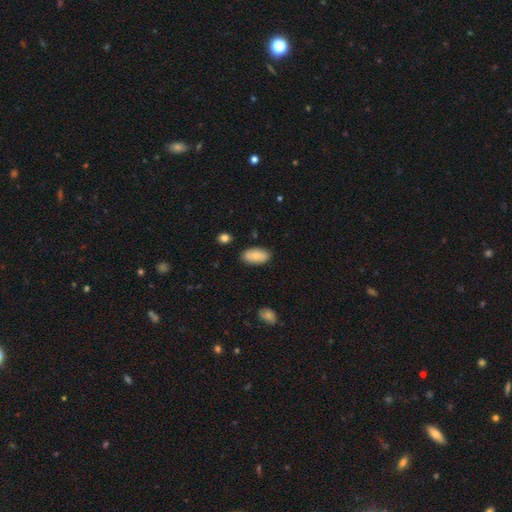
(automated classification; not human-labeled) Smooth or featured? Predicted: smooth (p=0.78). How rounded? Predicted: in between (p=0.94). Merging? Predicted: none (p=0.84).